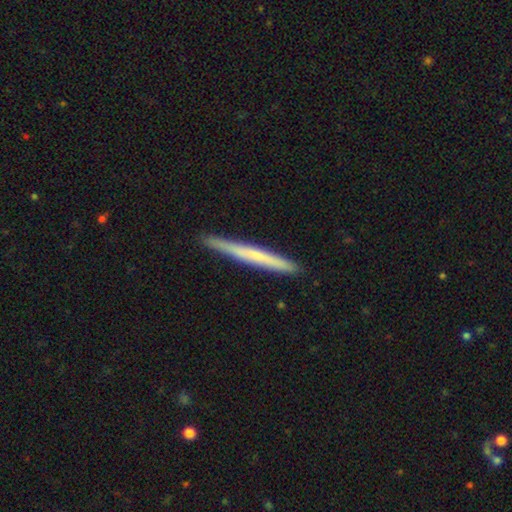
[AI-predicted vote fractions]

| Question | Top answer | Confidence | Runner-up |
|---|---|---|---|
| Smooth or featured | smooth | 53% | featured or disk (41%) |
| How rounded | cigar-shaped | 97% | in between (2%) |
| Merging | none | 89% | minor disturbance (8%) |